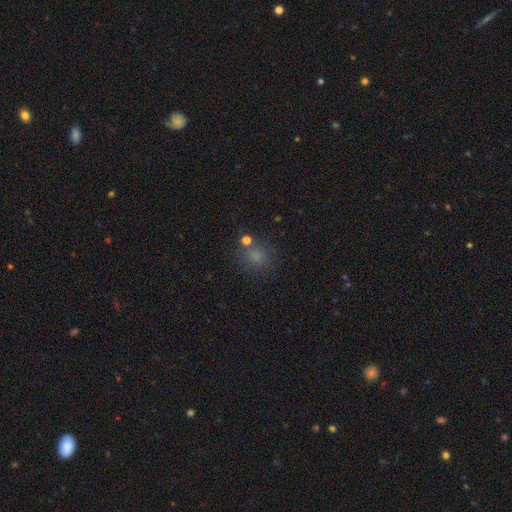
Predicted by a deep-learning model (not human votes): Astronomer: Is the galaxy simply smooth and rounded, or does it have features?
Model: smooth — 71%.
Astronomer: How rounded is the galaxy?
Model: round — 80%.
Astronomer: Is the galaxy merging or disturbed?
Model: none — 76%.